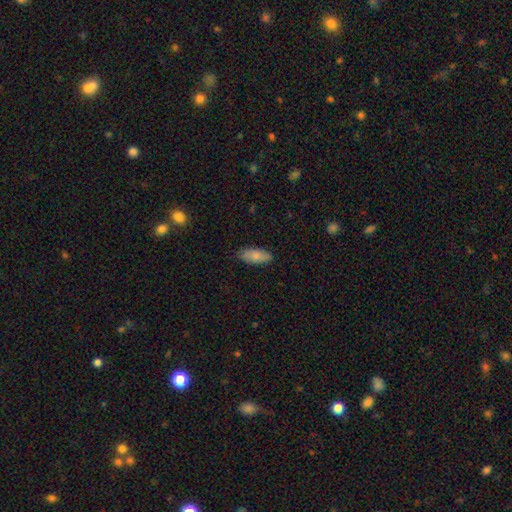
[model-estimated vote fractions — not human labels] This is clearly a smooth galaxy (81%). How rounded: clearly in between (82%). Merging: clearly none (83%).